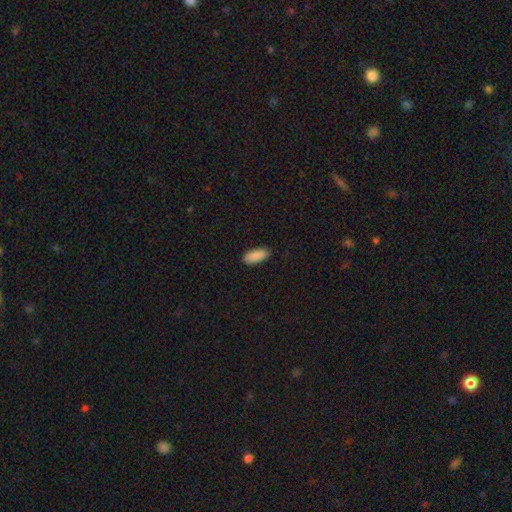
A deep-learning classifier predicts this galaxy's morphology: type=smooth (90%); roundness=in between (86%); merging=none (89%).